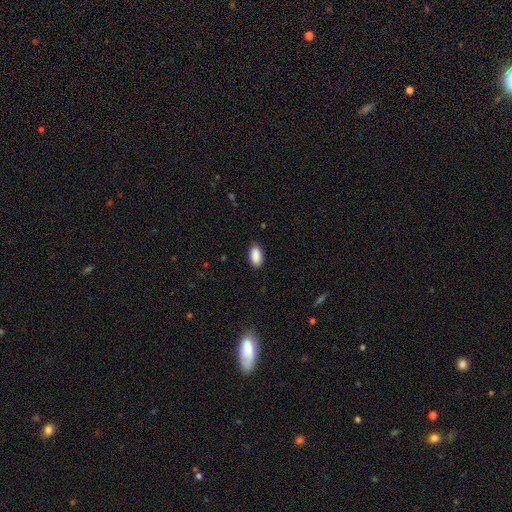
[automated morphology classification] A smooth galaxy with no disk features (91%) that is in between round and cigar-shaped (94%).

Vote fractions:
- Smooth or featured? smooth: 91% / star or artifact: 7% / featured or disk: 3%
- How rounded? in between: 94% / round: 3% / cigar-shaped: 2%
- Merging? none: 88% / minor disturbance: 9% / major disturbance: 2% / merger: 1%